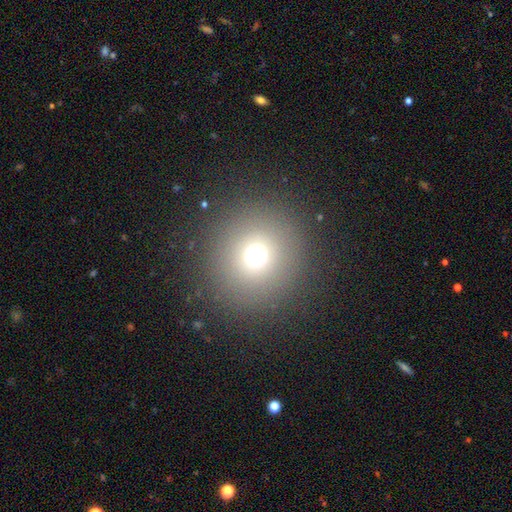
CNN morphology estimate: Smooth or featured?
  - smooth: 65% *
  - star or artifact: 25%
  - featured or disk: 10%
How rounded?
  - round: 91% *
  - in between: 8%
  - cigar-shaped: 1%
Merging?
  - none: 88% *
  - minor disturbance: 6%
  - major disturbance: 4%
  - merger: 2%